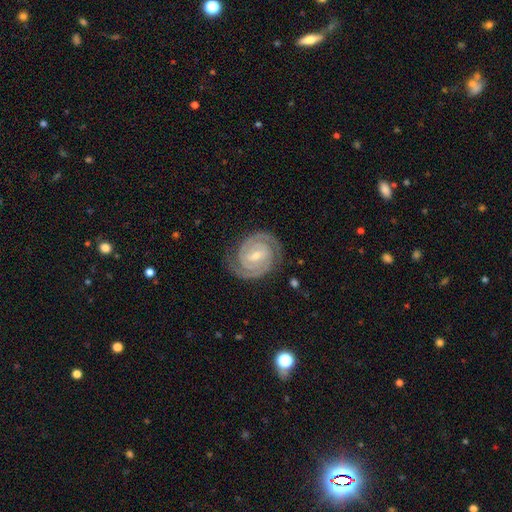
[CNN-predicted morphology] Smooth or featured: featured or disk — 92% (star or artifact — 4%)
Edge-on disk: no — 98% (yes — 2%)
Bar: weak — 48% (strong — 33%)
Spiral arms: yes — 99% (no — 1%)
Spiral winding: tight — 79% (medium — 19%)
Spiral arm count: 2 — 91% (3 — 3%)
Bulge size: small — 56% (moderate — 39%)
Merging: none — 84% (minor disturbance — 11%)